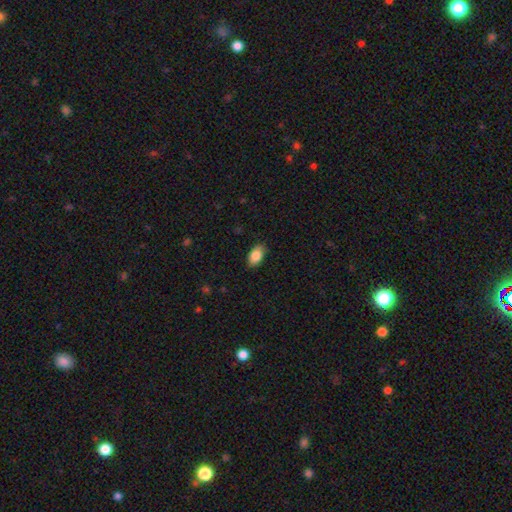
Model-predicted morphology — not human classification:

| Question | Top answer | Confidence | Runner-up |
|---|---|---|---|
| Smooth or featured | smooth | 86% | featured or disk (7%) |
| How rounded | in between | 92% | round (6%) |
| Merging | none | 84% | minor disturbance (12%) |